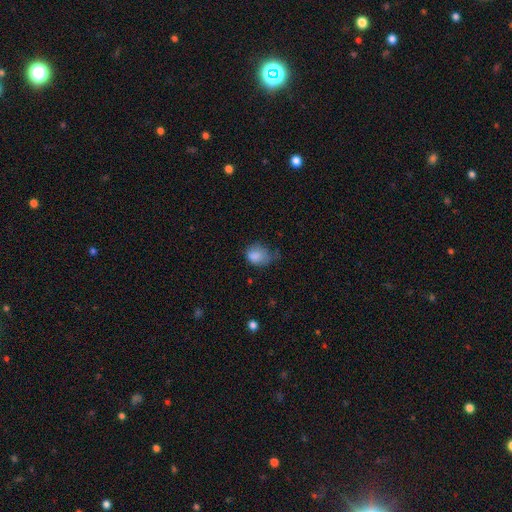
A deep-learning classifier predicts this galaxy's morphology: type=smooth (81%); roundness=in between (55%); merging=minor disturbance (40%).